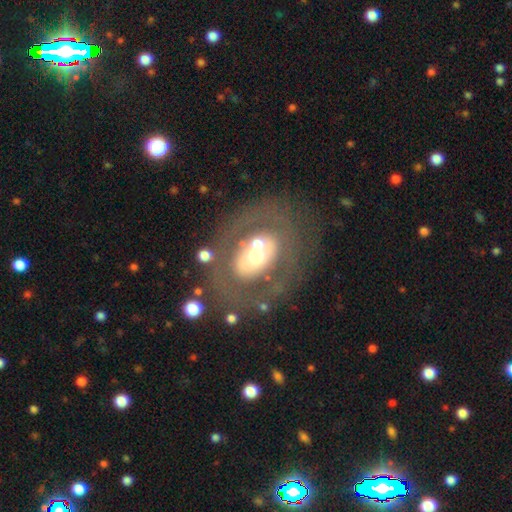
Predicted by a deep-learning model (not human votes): The model was most divided on "smooth or featured": featured or disk: 58%, smooth: 34%, star or artifact: 8%. More confident: edge-on disk — no (93%); spiral arms — no (85%); bar — no (79%); merging — none (65%); bulge size — moderate (59%).